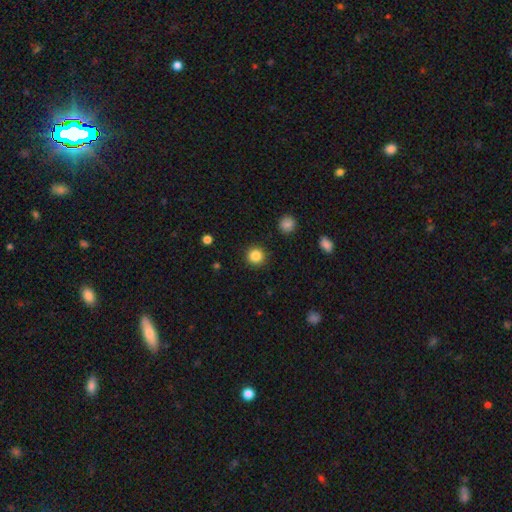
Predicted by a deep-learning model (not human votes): Smooth or featured? Predicted: smooth (p=0.85). How rounded? Predicted: round (p=0.94). Merging? Predicted: none (p=0.91).